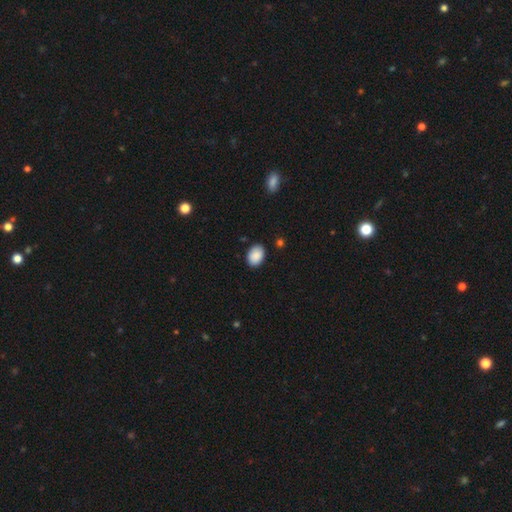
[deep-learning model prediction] This appears to be a smooth galaxy with no disk features (90%) that is in between round and cigar-shaped (81%). Merging: none (87%).